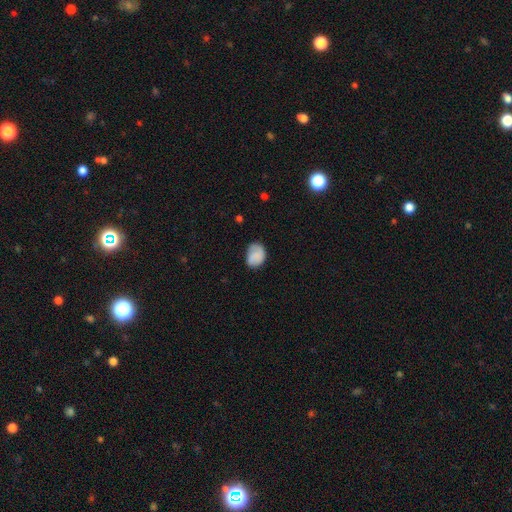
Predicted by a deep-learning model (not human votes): Smooth or featured: smooth — 76% (featured or disk — 16%)
How rounded: in between — 64% (round — 35%)
Merging: none — 58% (minor disturbance — 31%)